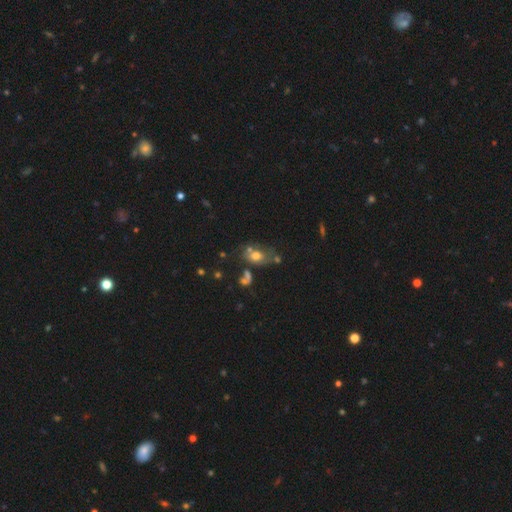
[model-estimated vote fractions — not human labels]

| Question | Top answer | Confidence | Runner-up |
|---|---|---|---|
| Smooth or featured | smooth | 63% | featured or disk (23%) |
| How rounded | in between | 71% | round (27%) |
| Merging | none | 39% | merger (25%) |